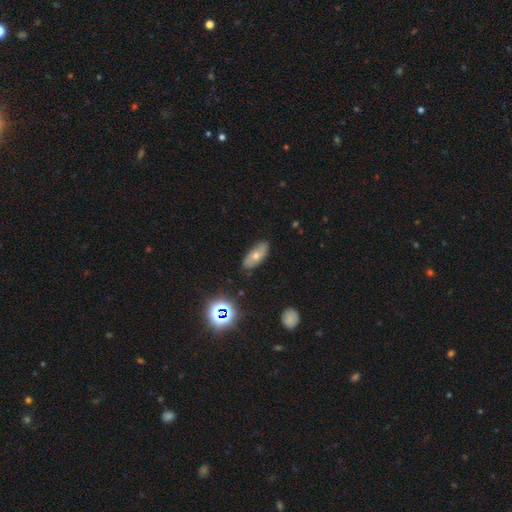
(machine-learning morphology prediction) Smooth or featured?
  - smooth: 54% *
  - featured or disk: 35%
  - star or artifact: 11%
How rounded?
  - in between: 85% *
  - cigar-shaped: 11%
  - round: 5%
Merging?
  - none: 81% *
  - minor disturbance: 14%
  - major disturbance: 3%
  - merger: 2%